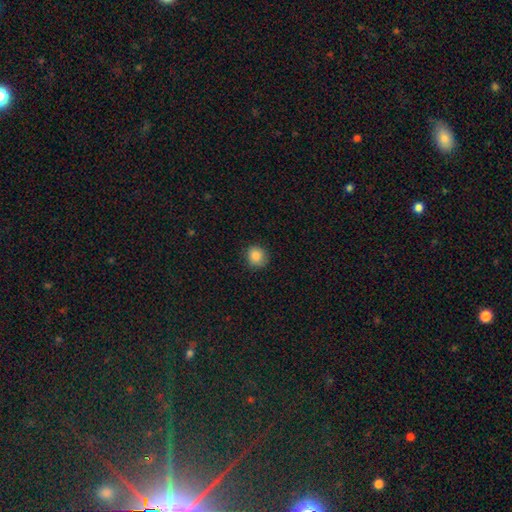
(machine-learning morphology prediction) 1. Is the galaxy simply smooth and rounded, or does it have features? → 85% smooth, 10% star or artifact, 5% featured or disk.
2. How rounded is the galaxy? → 87% round, 12% in between, 1% cigar-shaped.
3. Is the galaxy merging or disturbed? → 84% none, 12% minor disturbance, 3% major disturbance, 1% merger.